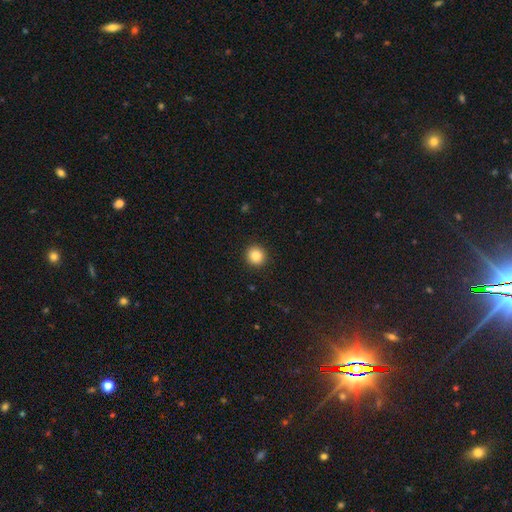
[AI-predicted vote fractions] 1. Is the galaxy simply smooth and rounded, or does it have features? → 86% smooth, 10% star or artifact, 4% featured or disk.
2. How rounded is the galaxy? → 94% round, 5% in between, 1% cigar-shaped.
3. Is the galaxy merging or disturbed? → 92% none, 5% minor disturbance, 2% major disturbance, 1% merger.